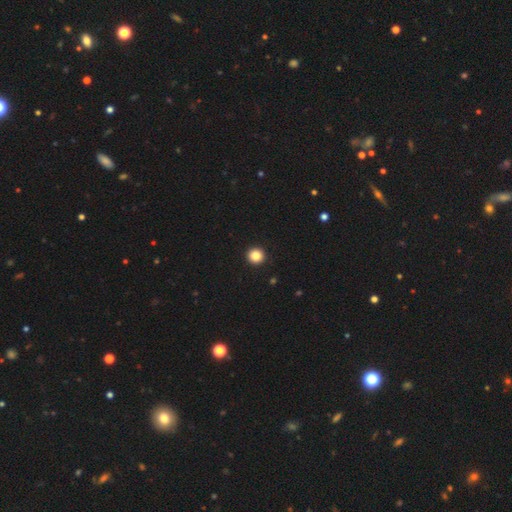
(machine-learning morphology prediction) Q: Smooth or featured?
A: smooth (85%); runner-up: star or artifact (11%)
Q: How rounded?
A: round (94%); runner-up: in between (5%)
Q: Merging?
A: none (94%); runner-up: minor disturbance (3%)